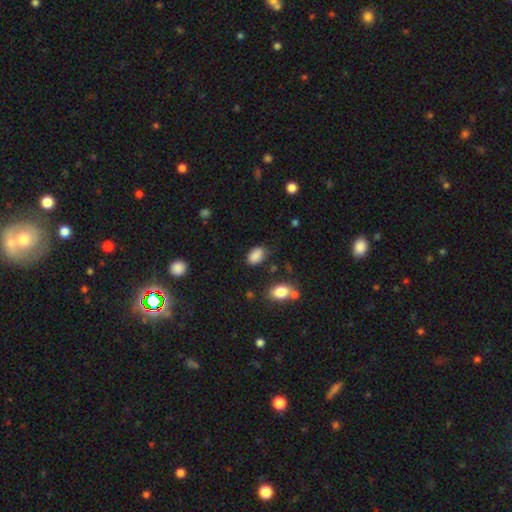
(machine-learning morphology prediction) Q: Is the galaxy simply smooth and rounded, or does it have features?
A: smooth — 86%.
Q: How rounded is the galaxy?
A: in between — 88%.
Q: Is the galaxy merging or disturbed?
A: none — 74%.